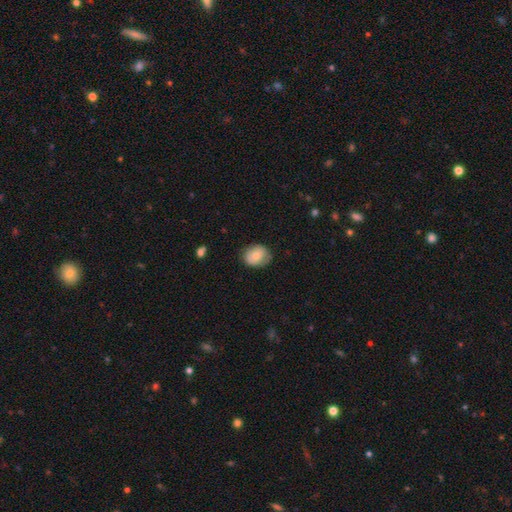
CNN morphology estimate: Q: Smooth or featured?
A: smooth (72%); runner-up: featured or disk (21%)
Q: How rounded?
A: round (54%); runner-up: in between (45%)
Q: Merging?
A: none (75%); runner-up: minor disturbance (20%)